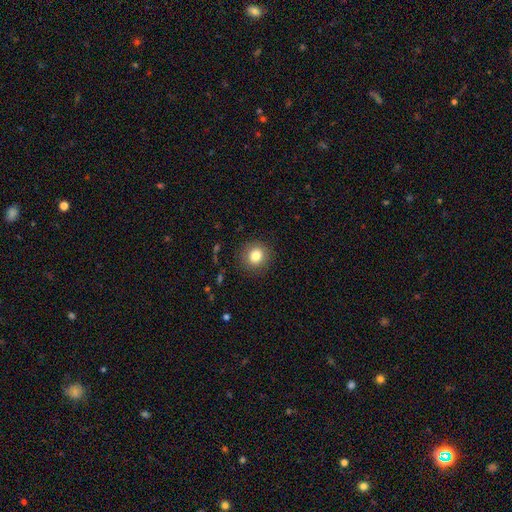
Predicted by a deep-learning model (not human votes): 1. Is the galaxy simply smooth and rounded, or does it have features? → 83% smooth, 10% star or artifact, 7% featured or disk.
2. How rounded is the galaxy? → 87% round, 12% in between, 1% cigar-shaped.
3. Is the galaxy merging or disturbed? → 89% none, 7% minor disturbance, 3% major disturbance, 1% merger.